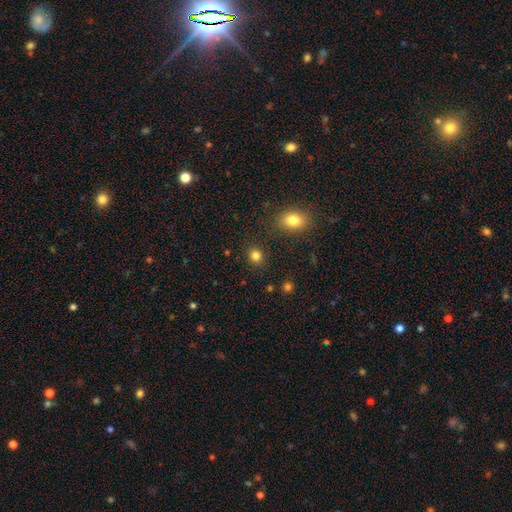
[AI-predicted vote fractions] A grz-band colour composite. It shows a smooth galaxy with no disk features (83%) that is round (76%). Merging: none (88%).